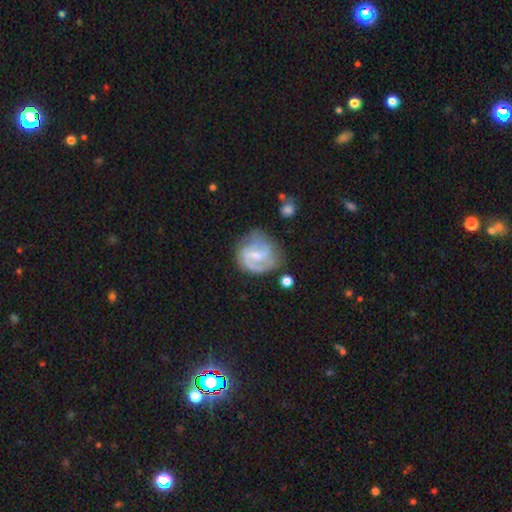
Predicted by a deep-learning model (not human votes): This appears to be a featured or disk galaxy (70%) with a weak bar (53%), 2 (53%) medium (43%) spiral arms (81%) and a small central bulge (43%). Merging: none (55%).